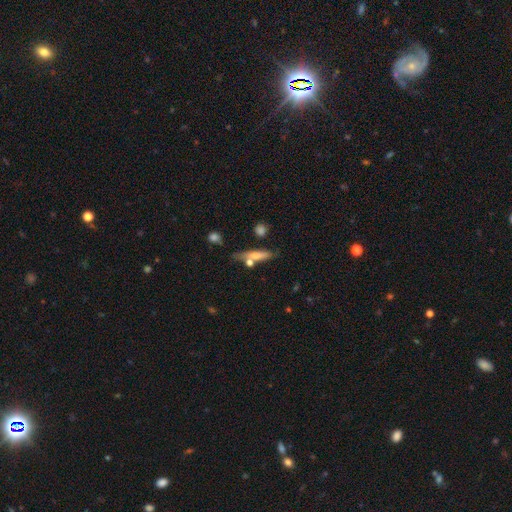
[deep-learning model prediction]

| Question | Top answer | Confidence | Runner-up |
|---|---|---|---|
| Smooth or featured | smooth | 59% | featured or disk (34%) |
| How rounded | cigar-shaped | 81% | in between (15%) |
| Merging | none | 64% | minor disturbance (16%) |